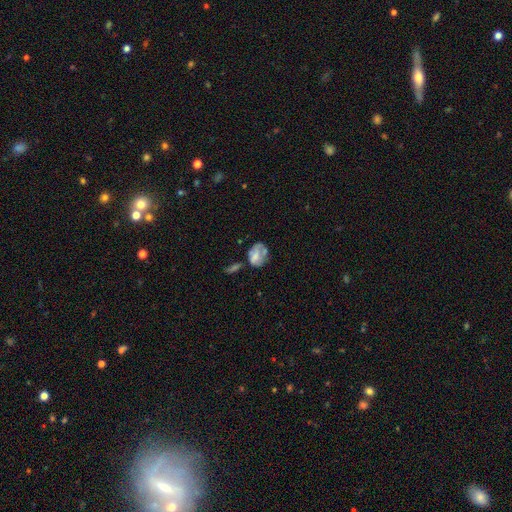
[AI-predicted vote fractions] A smooth galaxy with no disk features (52%) that is in between round and cigar-shaped (69%).

Vote fractions:
- Smooth or featured? smooth: 52% / featured or disk: 38% / star or artifact: 10%
- How rounded? in between: 69% / round: 30% / cigar-shaped: 2%
- Merging? none: 33% / minor disturbance: 25% / major disturbance: 22% / merger: 21%